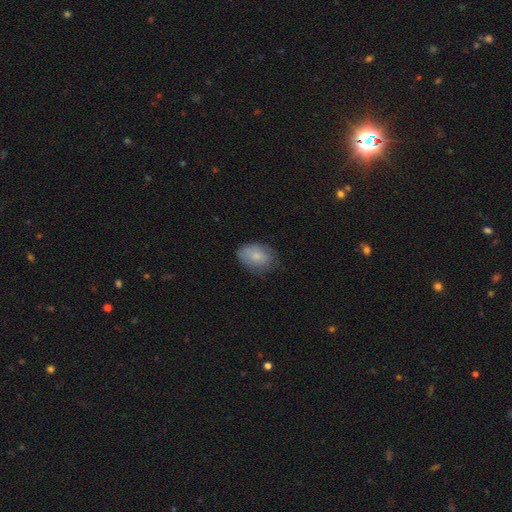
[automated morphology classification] Smooth or featured: smooth — 75% (featured or disk — 17%)
How rounded: in between — 74% (round — 25%)
Merging: none — 66% (minor disturbance — 26%)